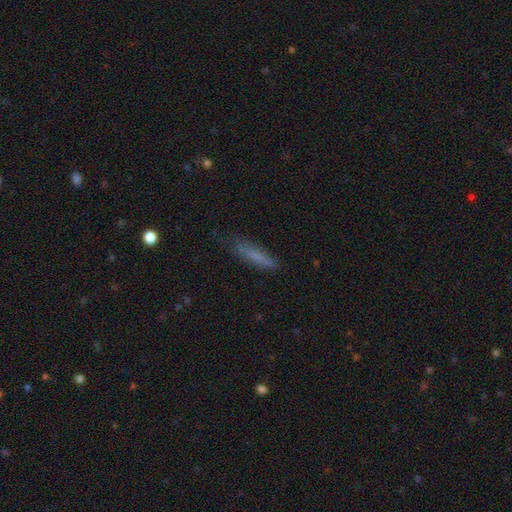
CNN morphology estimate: Smooth or featured?
  - smooth: 72% *
  - featured or disk: 19%
  - star or artifact: 9%
How rounded?
  - cigar-shaped: 85% *
  - in between: 13%
  - round: 2%
Merging?
  - none: 76% *
  - minor disturbance: 18%
  - major disturbance: 4%
  - merger: 2%